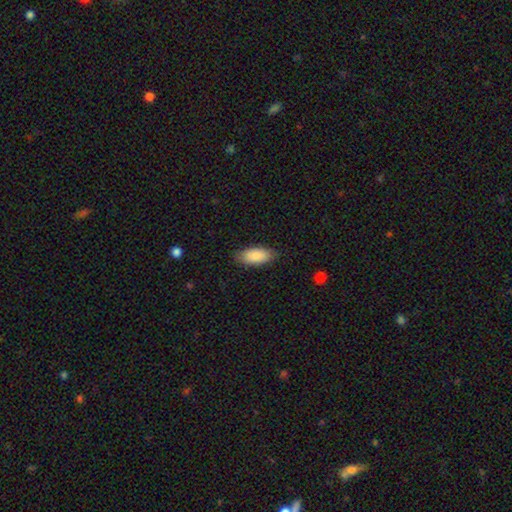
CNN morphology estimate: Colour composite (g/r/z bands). It shows a smooth galaxy with no disk features (88%) that is in between round and cigar-shaped (88%). Merging: none (84%).